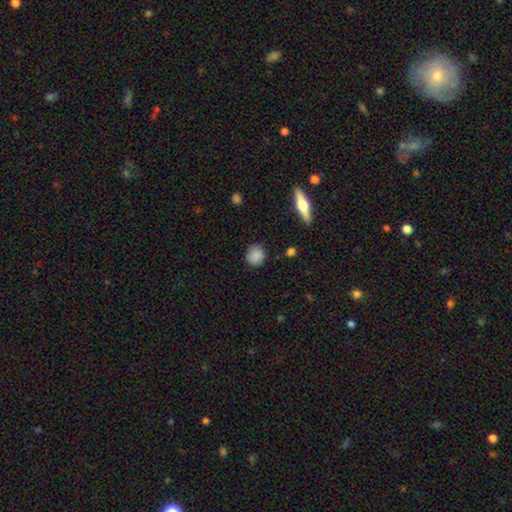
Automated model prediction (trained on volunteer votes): smooth_or_featured: smooth (p=0.85) [alt: star or artifact p=0.09]
how_rounded: round (p=0.89) [alt: in between p=0.09]
merging: none (p=0.86) [alt: minor disturbance p=0.10]